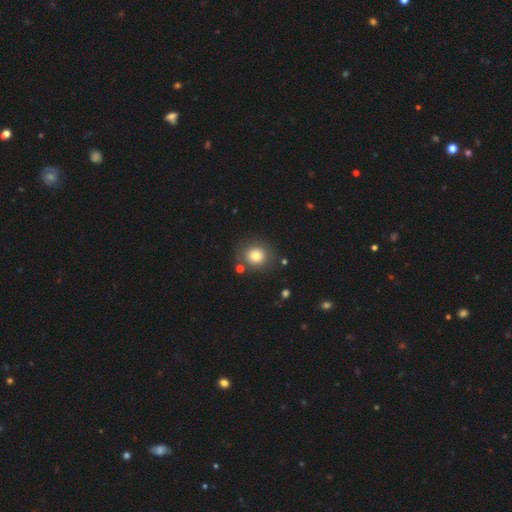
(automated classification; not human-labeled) Smooth or featured: smooth — 78% (star or artifact — 11%)
How rounded: round — 85% (in between — 14%)
Merging: none — 82% (minor disturbance — 9%)